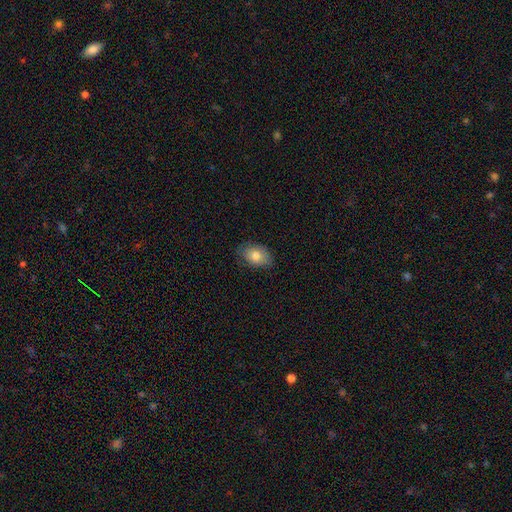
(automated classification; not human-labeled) Q: Smooth or featured?
A: smooth (79%); runner-up: featured or disk (13%)
Q: How rounded?
A: in between (78%); runner-up: round (20%)
Q: Merging?
A: none (76%); runner-up: minor disturbance (20%)